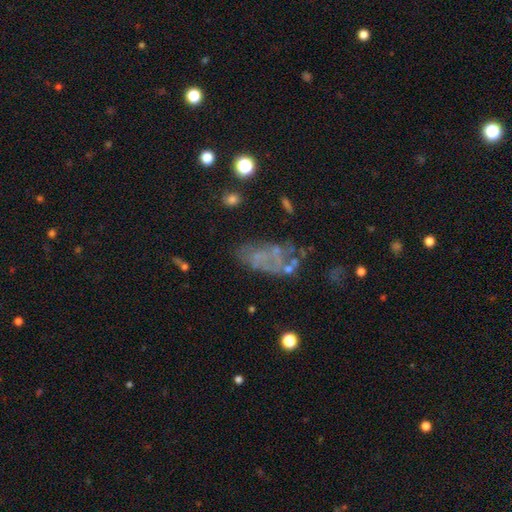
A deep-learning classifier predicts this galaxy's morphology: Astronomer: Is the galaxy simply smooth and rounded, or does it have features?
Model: featured or disk — 48% (runner-up: smooth, 35%).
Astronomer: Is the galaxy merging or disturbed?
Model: none — 38% (runner-up: major disturbance, 26%).